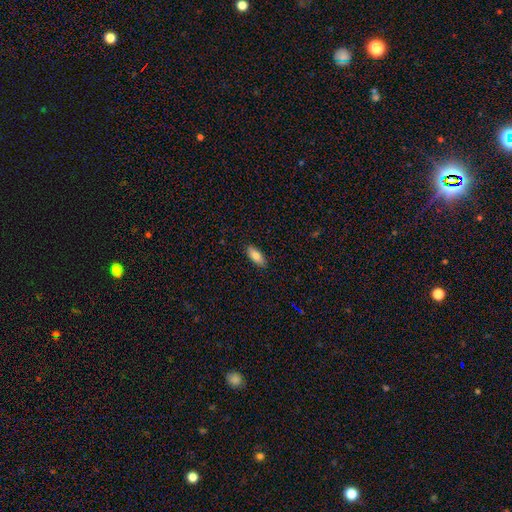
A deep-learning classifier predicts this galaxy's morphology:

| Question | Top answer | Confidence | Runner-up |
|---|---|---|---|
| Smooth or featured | smooth | 79% | featured or disk (14%) |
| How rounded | in between | 81% | cigar-shaped (17%) |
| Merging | none | 88% | minor disturbance (9%) |